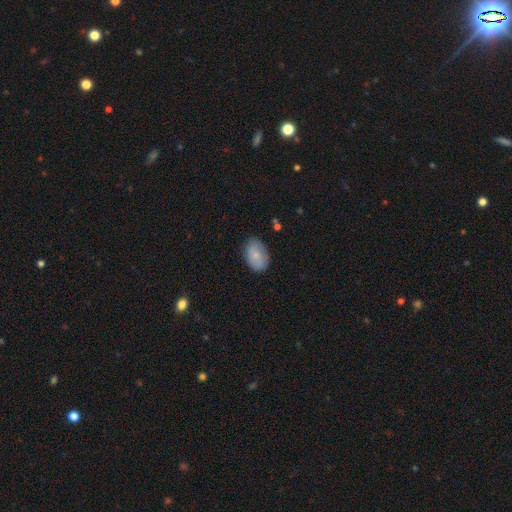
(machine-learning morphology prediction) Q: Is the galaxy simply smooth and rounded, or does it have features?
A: smooth — 79%.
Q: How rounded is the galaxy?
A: in between — 87%.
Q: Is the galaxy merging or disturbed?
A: none — 78%.